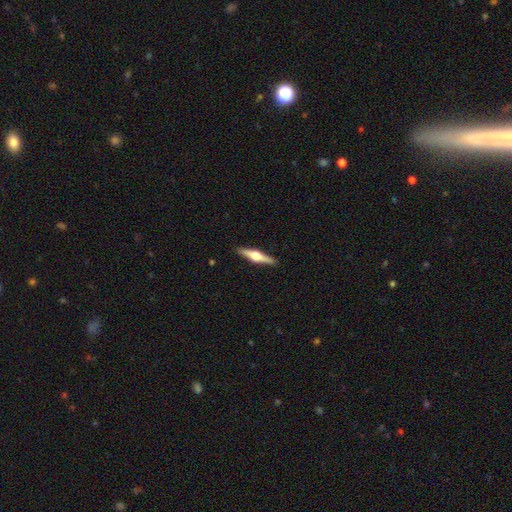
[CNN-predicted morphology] A featured or disk galaxy (70%) viewed edge-on (98%) with a rounded central bulge (95%).

Vote fractions:
- Smooth or featured? featured or disk: 70% / smooth: 25% / star or artifact: 5%
- Edge-on disk? yes: 98% / no: 2%
- Edge-on bulge? rounded: 95% / boxy: 3% / none: 2%
- Merging? none: 91% / minor disturbance: 6% / major disturbance: 1% / merger: 1%